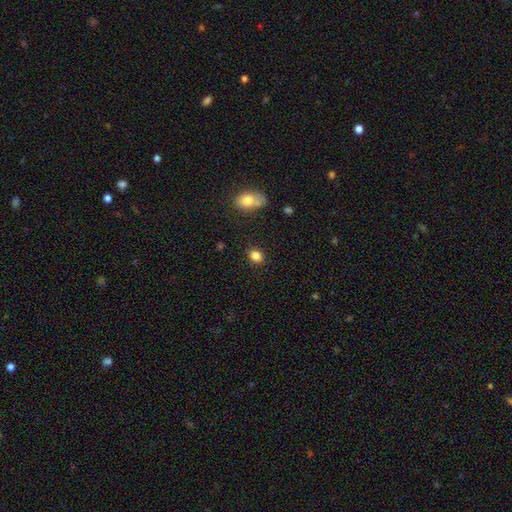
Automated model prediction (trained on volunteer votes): A smooth galaxy with no disk features (84%) that is round (51%). Merging: none (86%).